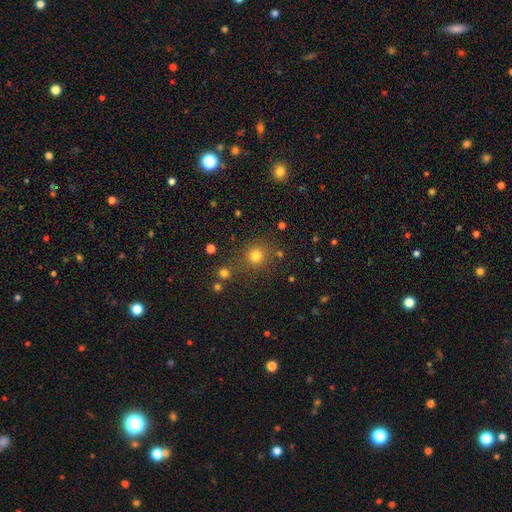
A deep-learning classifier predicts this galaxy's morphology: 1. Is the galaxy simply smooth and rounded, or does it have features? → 77% smooth, 18% star or artifact, 6% featured or disk.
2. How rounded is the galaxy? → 91% round, 8% in between, 1% cigar-shaped.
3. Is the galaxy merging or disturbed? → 81% none, 9% minor disturbance, 7% merger, 4% major disturbance.